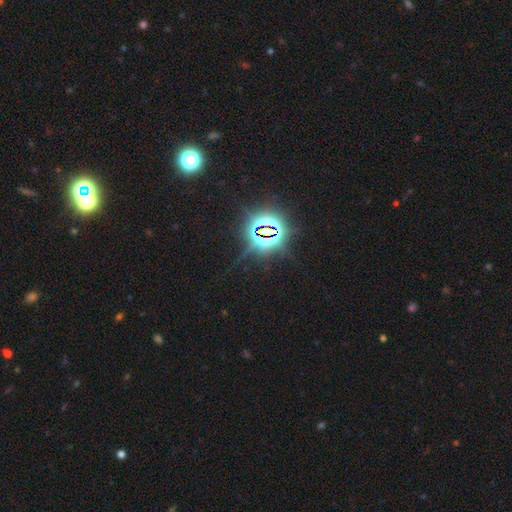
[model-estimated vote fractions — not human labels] This is clearly a star or artifact rather than a galaxy (83%).